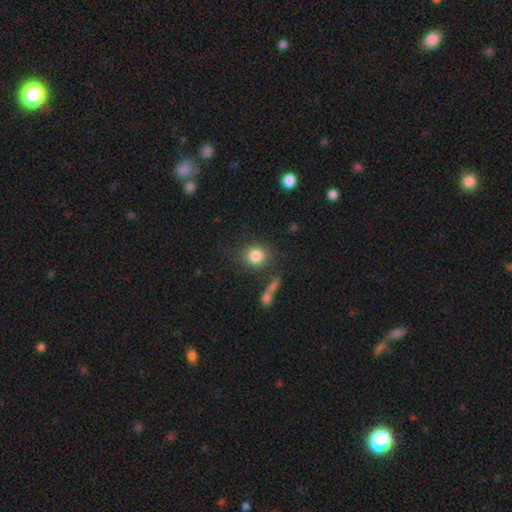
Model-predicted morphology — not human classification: This is clearly a smooth galaxy (84%). How rounded: clearly round (85%). Merging: likely none (79%).